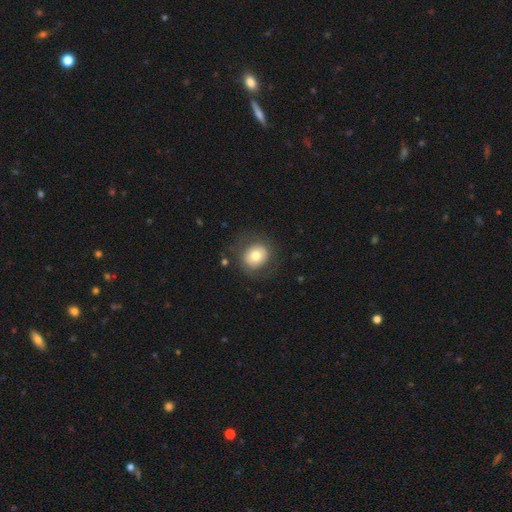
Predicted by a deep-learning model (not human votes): smooth 70%, featured or disk 21%, star or artifact 9%. Down the decision tree: how rounded — round (77%); merging — none (79%).